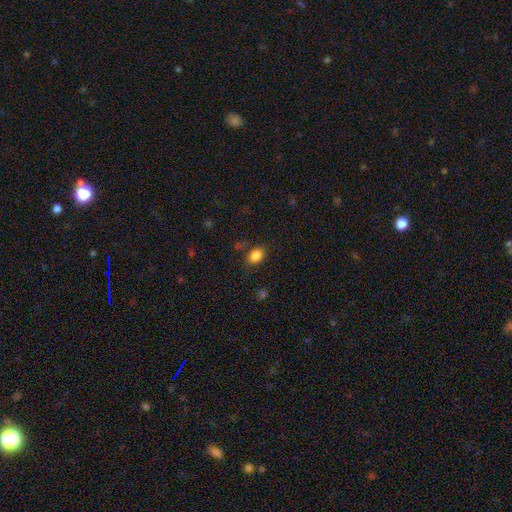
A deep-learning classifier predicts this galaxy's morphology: Q: Smooth or featured?
A: smooth (84%); runner-up: star or artifact (11%)
Q: How rounded?
A: in between (66%); runner-up: round (33%)
Q: Merging?
A: none (76%); runner-up: minor disturbance (16%)